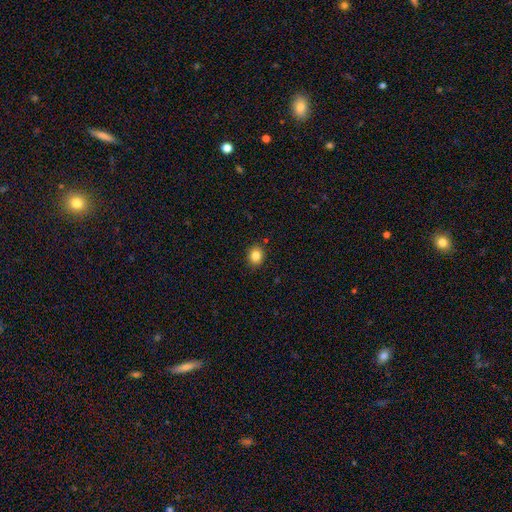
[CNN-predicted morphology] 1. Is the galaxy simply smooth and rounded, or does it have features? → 84% smooth, 11% star or artifact, 5% featured or disk.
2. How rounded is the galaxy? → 71% round, 28% in between, 1% cigar-shaped.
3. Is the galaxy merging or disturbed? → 87% none, 9% minor disturbance, 2% major disturbance, 2% merger.